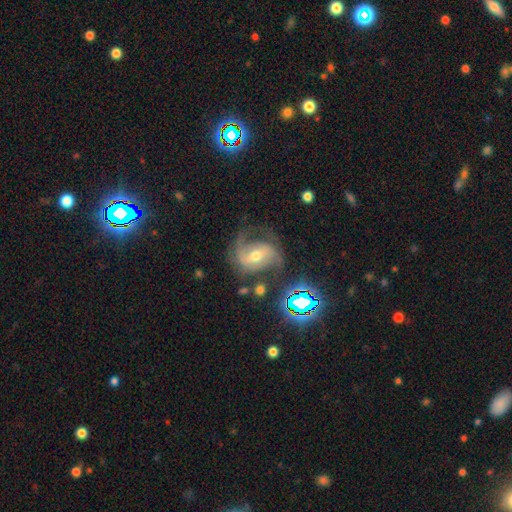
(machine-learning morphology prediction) A featured or disk galaxy (79%) with a weak bar (40%), 2 (72%) medium (49%) spiral arms (95%) and a moderate central bulge (63%).

Vote fractions:
- Smooth or featured? featured or disk: 79% / star or artifact: 12% / smooth: 9%
- Edge-on disk? no: 97% / yes: 3%
- Bar? weak: 40% / strong: 38% / no: 21%
- Spiral arms? yes: 95% / no: 5%
- Spiral winding? medium: 49% / loose: 30% / tight: 20%
- Spiral arm count? 2: 72% / 1: 10% / can't tell: 9% / 3: 6% / 4: 2% / more than 4: 2%
- Bulge size? moderate: 63% / small: 31% / large: 4% / none: 1% / dominant: 1%
- Merging? none: 56% / minor disturbance: 20% / major disturbance: 20% / merger: 3%